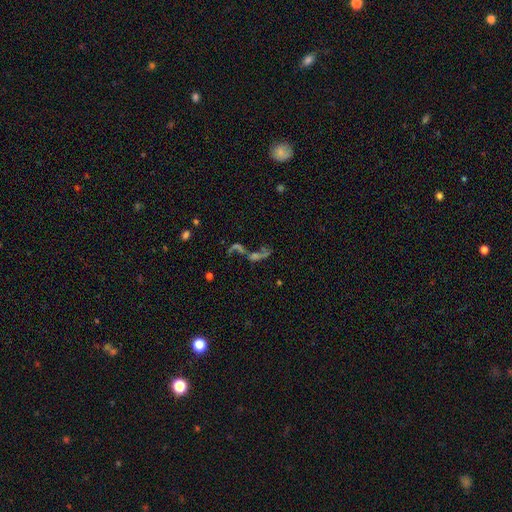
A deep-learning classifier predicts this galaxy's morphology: smooth_or_featured: featured or disk (p=0.50) [alt: star or artifact p=0.30]
merging: merger (p=0.39) [alt: none p=0.33]